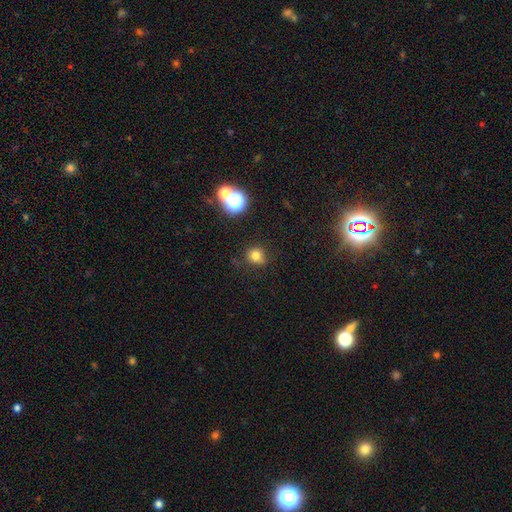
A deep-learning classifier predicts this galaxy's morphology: smooth 77%, star or artifact 16%, featured or disk 7%. Down the decision tree: how rounded — round (85%); merging — none (75%).